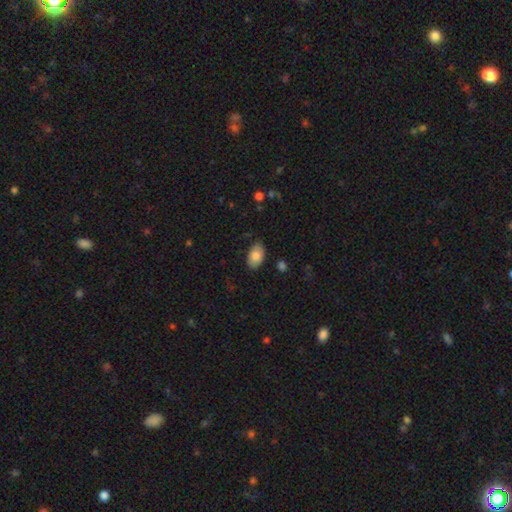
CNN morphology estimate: type=smooth (83%); roundness=in between (93%); merging=none (83%).